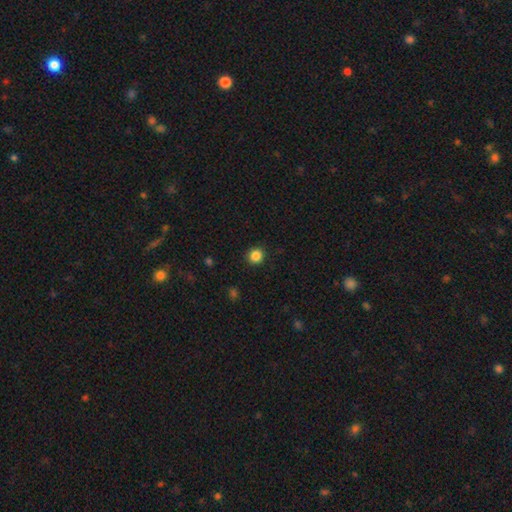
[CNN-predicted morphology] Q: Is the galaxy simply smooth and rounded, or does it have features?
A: smooth — 86%.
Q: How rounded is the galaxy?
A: round — 92%.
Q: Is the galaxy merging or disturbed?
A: none — 91%.